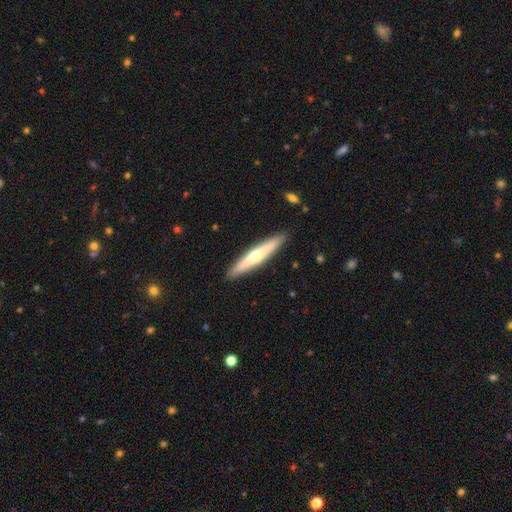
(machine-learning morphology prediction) featured or disk 51%, smooth 44%, star or artifact 5%. Down the decision tree: edge-on disk — yes (94%); merging — none (91%).